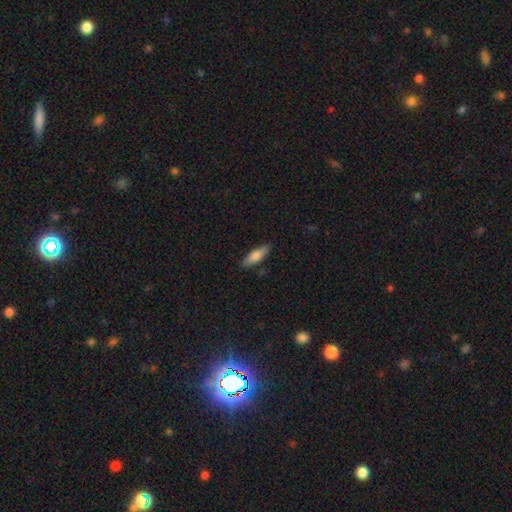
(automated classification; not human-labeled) Q: Smooth or featured?
A: smooth (75%); runner-up: featured or disk (19%)
Q: How rounded?
A: cigar-shaped (52%); runner-up: in between (46%)
Q: Merging?
A: none (86%); runner-up: minor disturbance (10%)